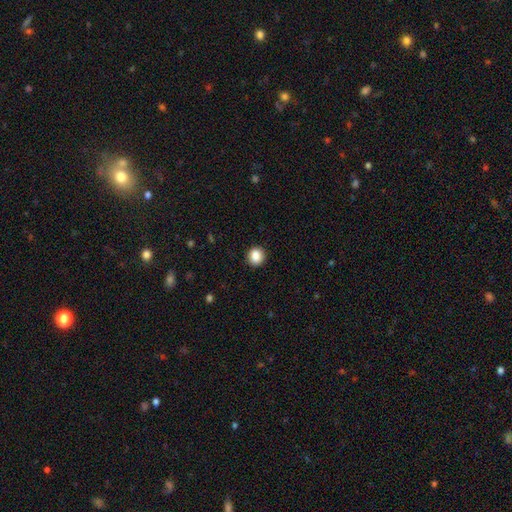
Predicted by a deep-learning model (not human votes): Overall: smooth (87%). How rounded: round (84%). Merging: none (91%).